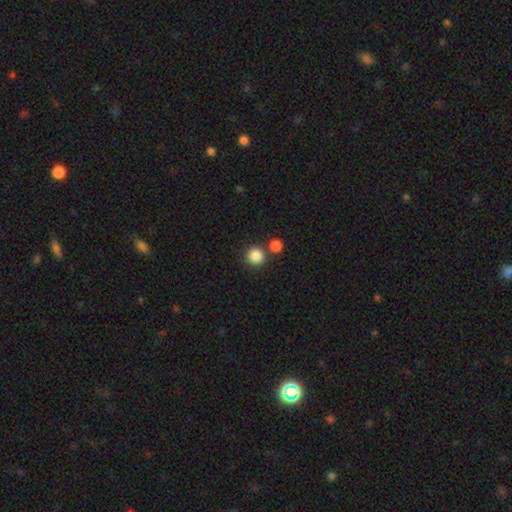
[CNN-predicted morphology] This is clearly a smooth galaxy (86%). How rounded: clearly round (94%). Merging: likely none (75%).